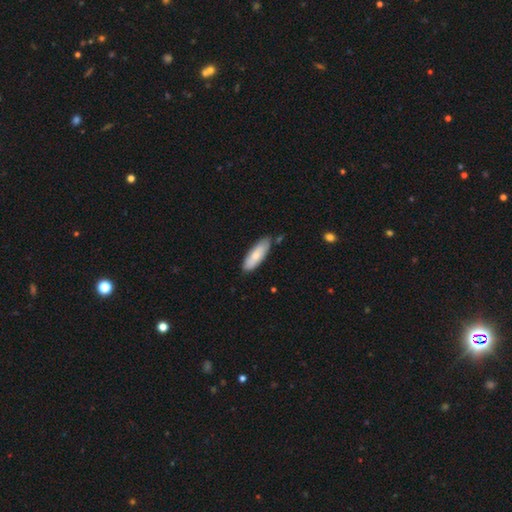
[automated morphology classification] smooth_or_featured: smooth (p=0.73) [alt: featured or disk p=0.21]
how_rounded: in between (p=0.60) [alt: cigar-shaped p=0.39]
merging: none (p=0.77) [alt: minor disturbance p=0.17]